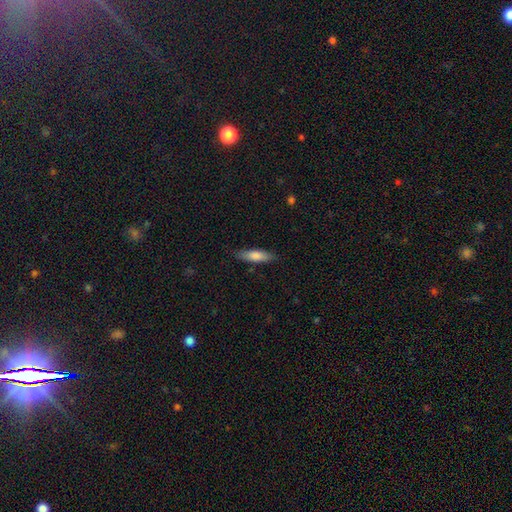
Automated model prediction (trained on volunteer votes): This is likely a smooth galaxy (78%). How rounded: possibly cigar-shaped (59%). Merging: clearly none (85%).